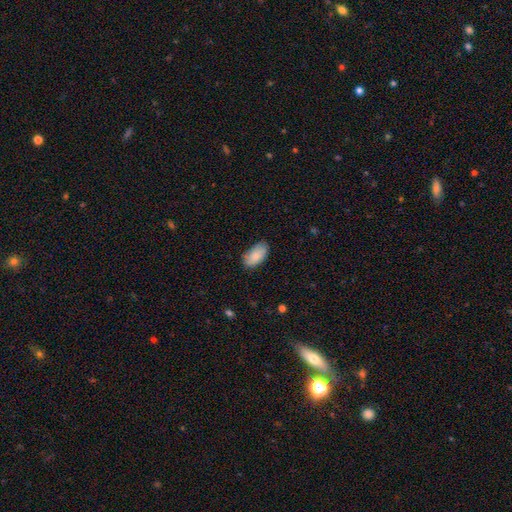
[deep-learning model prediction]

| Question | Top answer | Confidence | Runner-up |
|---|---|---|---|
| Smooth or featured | smooth | 84% | featured or disk (10%) |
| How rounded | in between | 94% | round (3%) |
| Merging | none | 80% | minor disturbance (17%) |